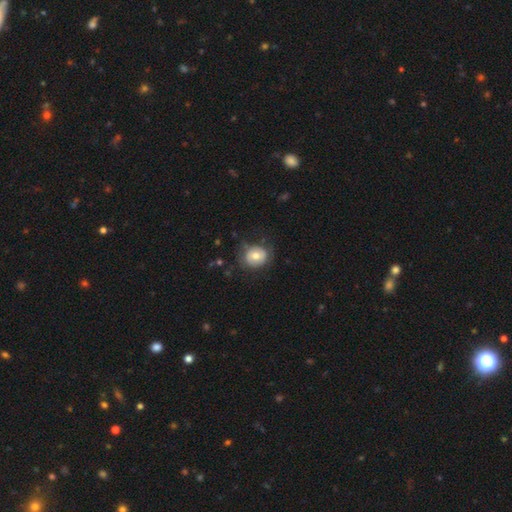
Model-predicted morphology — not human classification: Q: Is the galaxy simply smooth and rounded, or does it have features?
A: smooth — 65%.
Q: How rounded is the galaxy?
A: round — 72%.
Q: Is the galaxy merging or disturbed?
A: none — 69%.